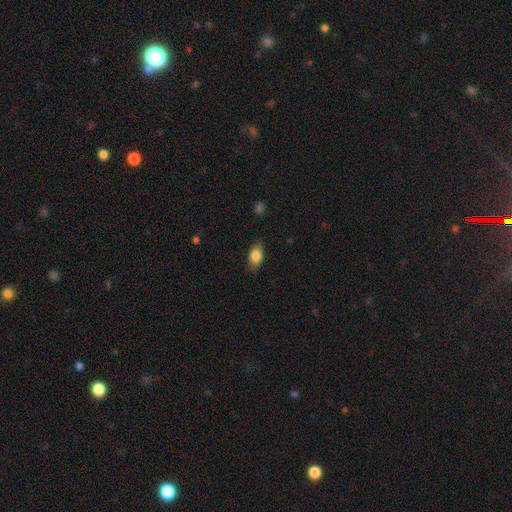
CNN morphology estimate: This is clearly a smooth galaxy (81%). How rounded: clearly in between (85%). Merging: clearly none (82%).